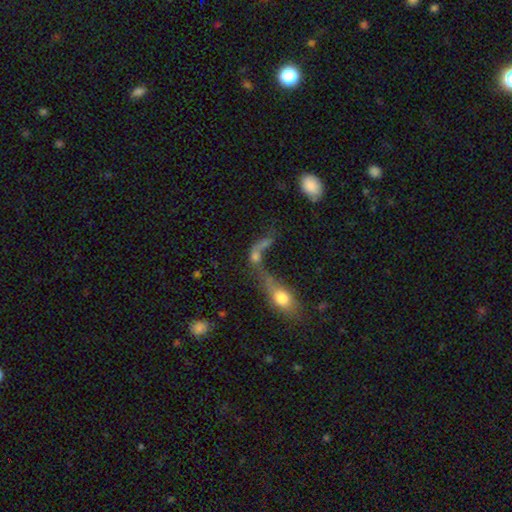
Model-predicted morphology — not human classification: type=smooth (46%); merging=merger (44%).